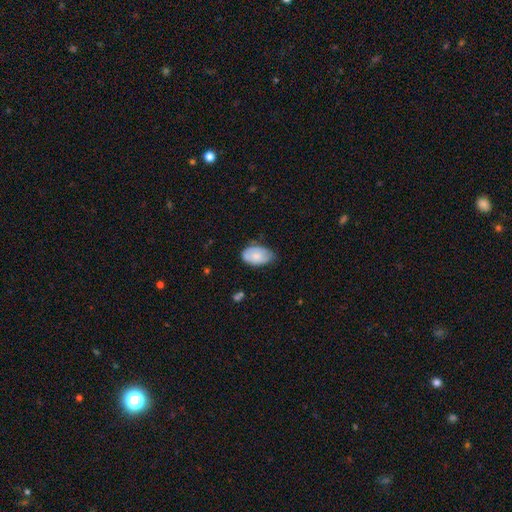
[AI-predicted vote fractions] smooth_or_featured: smooth (p=0.68) [alt: featured or disk p=0.26]
how_rounded: in between (p=0.92) [alt: round p=0.07]
merging: none (p=0.53) [alt: minor disturbance p=0.38]